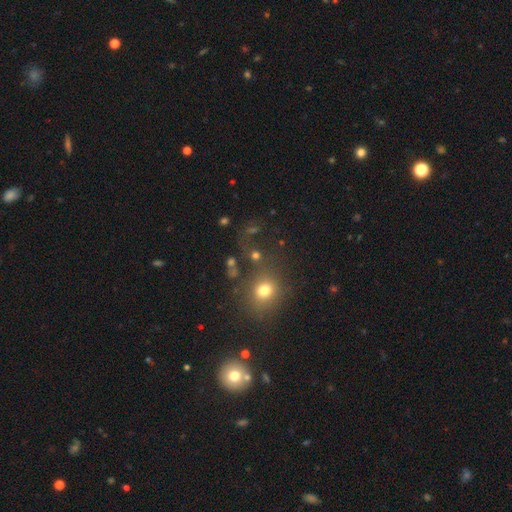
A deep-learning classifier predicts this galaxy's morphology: Q: Smooth or featured?
A: smooth (61%); runner-up: star or artifact (27%)
Q: How rounded?
A: round (77%); runner-up: in between (21%)
Q: Merging?
A: none (56%); runner-up: merger (19%)